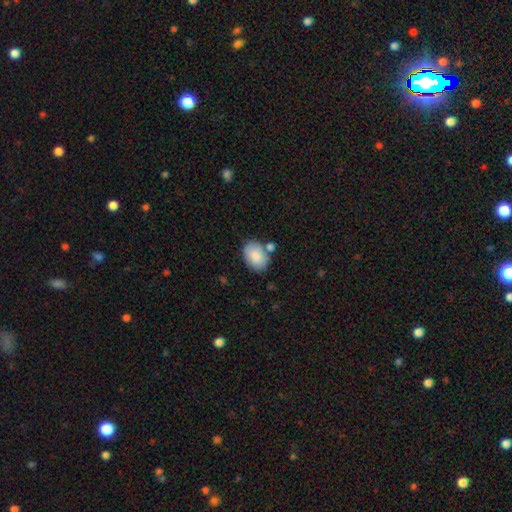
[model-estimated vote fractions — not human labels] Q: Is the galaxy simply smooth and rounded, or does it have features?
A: smooth — 86%.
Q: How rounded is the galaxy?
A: in between — 80%.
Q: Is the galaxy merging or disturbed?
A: none — 68%.